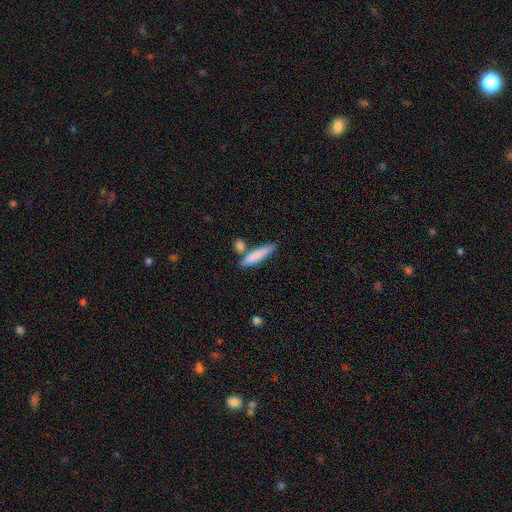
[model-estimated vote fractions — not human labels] This is likely a smooth galaxy (79%). How rounded: likely cigar-shaped (79%). Merging: likely none (64%).